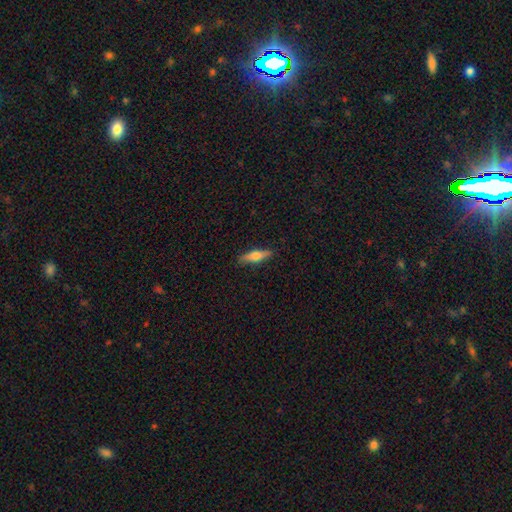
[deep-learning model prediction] A smooth galaxy with no disk features (53%) that is cigar-shaped (69%).

Vote fractions:
- Smooth or featured? smooth: 53% / featured or disk: 41% / star or artifact: 6%
- How rounded? cigar-shaped: 69% / in between: 28% / round: 2%
- Merging? none: 89% / minor disturbance: 8% / major disturbance: 2% / merger: 1%